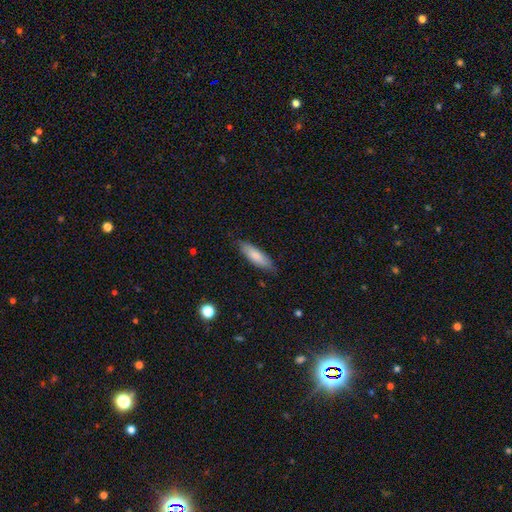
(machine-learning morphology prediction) Smooth or featured: smooth — 79% (featured or disk — 15%)
How rounded: cigar-shaped — 52% (in between — 46%)
Merging: none — 80% (minor disturbance — 16%)